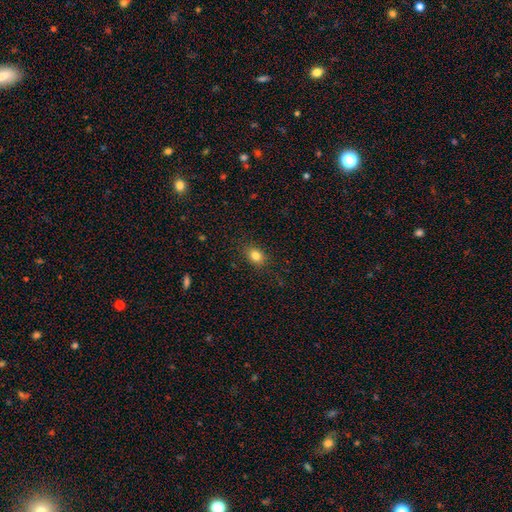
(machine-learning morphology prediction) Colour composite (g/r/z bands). It shows a smooth galaxy with no disk features (82%) that is in between round and cigar-shaped (56%). Merging: none (86%).